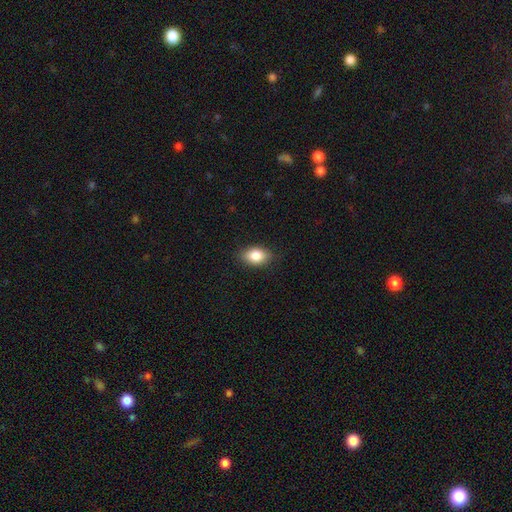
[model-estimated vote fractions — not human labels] Overall: smooth (85%). How rounded: in between (85%). Merging: none (86%).